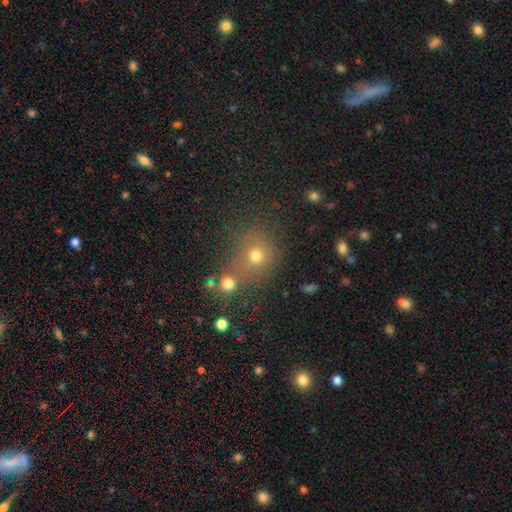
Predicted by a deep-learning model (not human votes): A smooth galaxy with no disk features (69%) that is round (81%). Merging: none (56%).